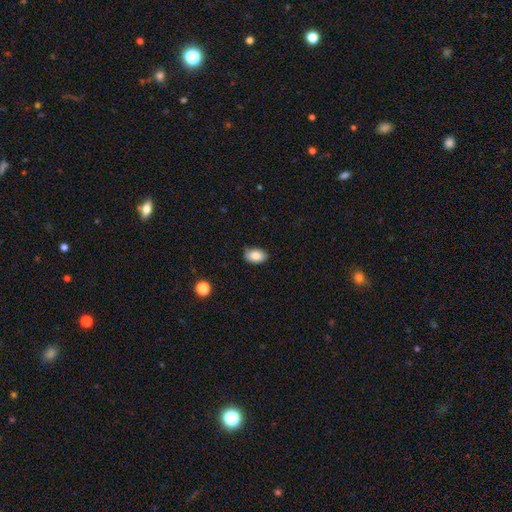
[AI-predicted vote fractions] smooth 85%, star or artifact 8%, featured or disk 7%. Down the decision tree: how rounded — in between (88%); merging — none (82%).